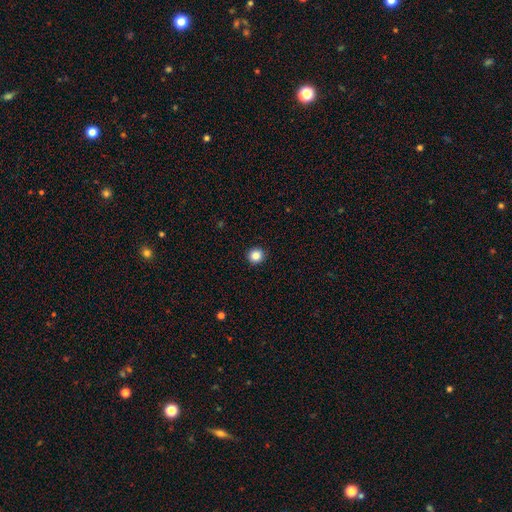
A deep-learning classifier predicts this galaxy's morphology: A smooth galaxy with no disk features (85%) that is round (94%).

Vote fractions:
- Smooth or featured? smooth: 85% / star or artifact: 11% / featured or disk: 5%
- How rounded? round: 94% / in between: 5% / cigar-shaped: 1%
- Merging? none: 93% / minor disturbance: 5% / major disturbance: 2% / merger: 1%